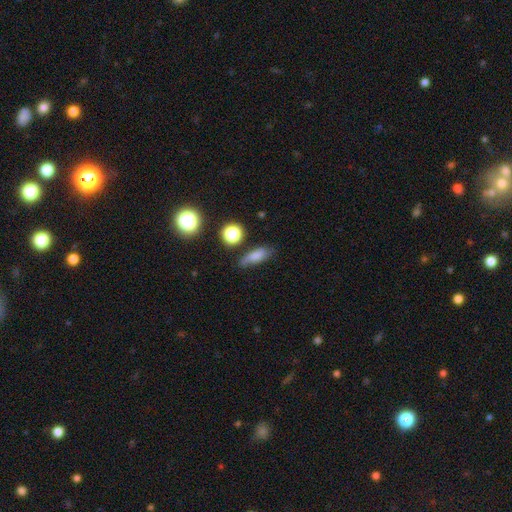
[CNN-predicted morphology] Q: Smooth or featured?
A: smooth (74%); runner-up: star or artifact (13%)
Q: How rounded?
A: in between (56%); runner-up: cigar-shaped (33%)
Q: Merging?
A: none (63%); runner-up: minor disturbance (25%)